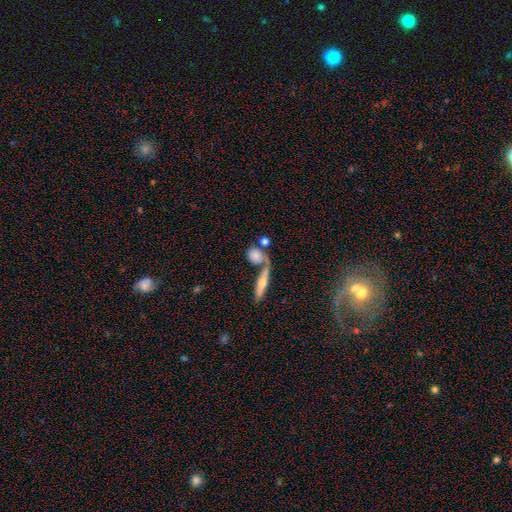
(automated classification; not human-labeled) Smooth or featured? Predicted: smooth (p=0.65). How rounded? Predicted: round (p=0.55). Merging? Predicted: none (p=0.48).